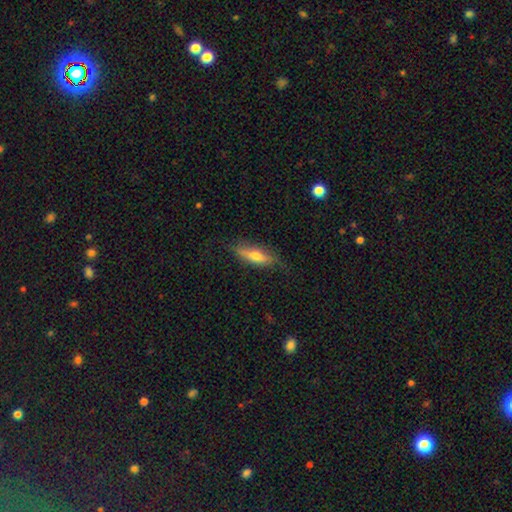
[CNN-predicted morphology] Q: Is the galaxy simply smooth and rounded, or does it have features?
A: smooth — 55%.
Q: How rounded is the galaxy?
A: cigar-shaped — 54%.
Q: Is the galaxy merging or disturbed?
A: none — 73%.